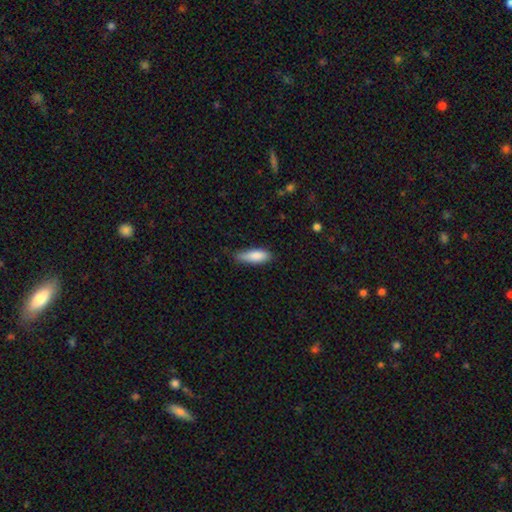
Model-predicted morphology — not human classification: smooth-or-featured: smooth: 85% | featured or disk: 9% | star or artifact: 6%
  how-rounded: in between: 60% | cigar-shaped: 39% | round: 2%
  merging: none: 63% | minor disturbance: 31% | major disturbance: 5% | merger: 2%